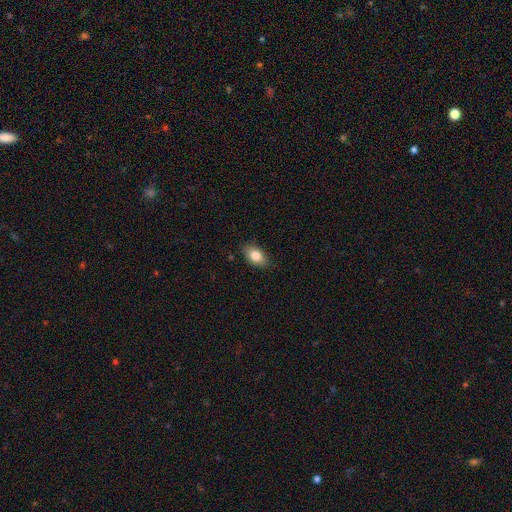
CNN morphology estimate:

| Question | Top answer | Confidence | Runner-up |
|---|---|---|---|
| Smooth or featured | smooth | 82% | featured or disk (10%) |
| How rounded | in between | 87% | round (10%) |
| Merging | none | 84% | minor disturbance (13%) |